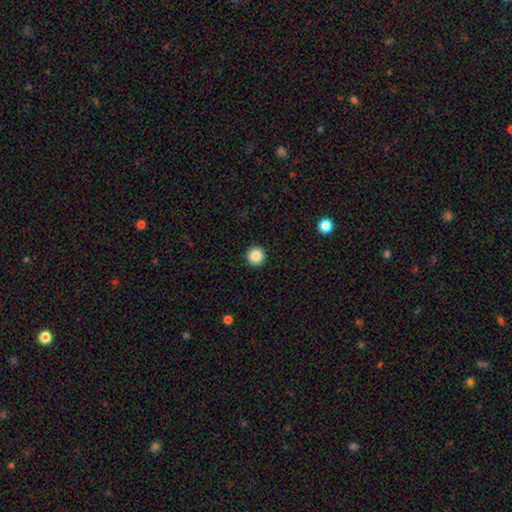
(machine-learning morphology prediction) smooth-or-featured: smooth: 87% | star or artifact: 9% | featured or disk: 4%
  how-rounded: round: 96% | in between: 3% | cigar-shaped: 1%
  merging: none: 93% | minor disturbance: 4% | major disturbance: 2% | merger: 1%